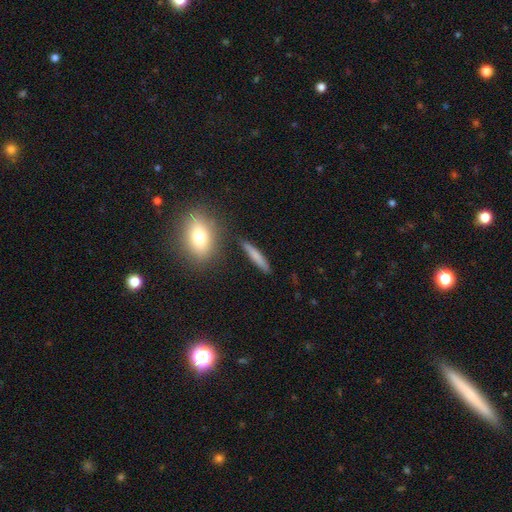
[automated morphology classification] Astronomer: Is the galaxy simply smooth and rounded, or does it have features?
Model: smooth — 69%.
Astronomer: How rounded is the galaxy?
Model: cigar-shaped — 89%.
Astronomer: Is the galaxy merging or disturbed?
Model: none — 85%.